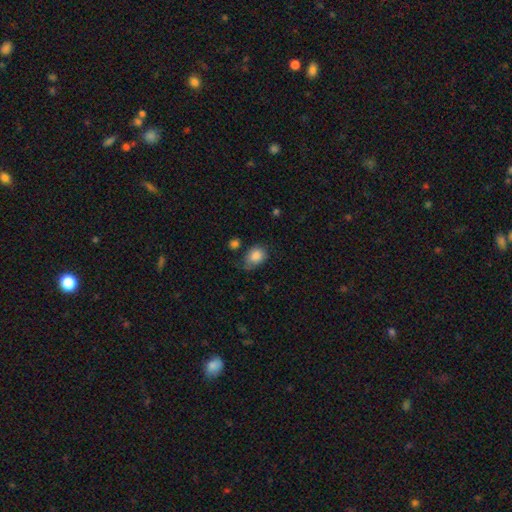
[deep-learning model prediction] A smooth galaxy with no disk features (85%) that is in between round and cigar-shaped (58%). Merging: none (51%).